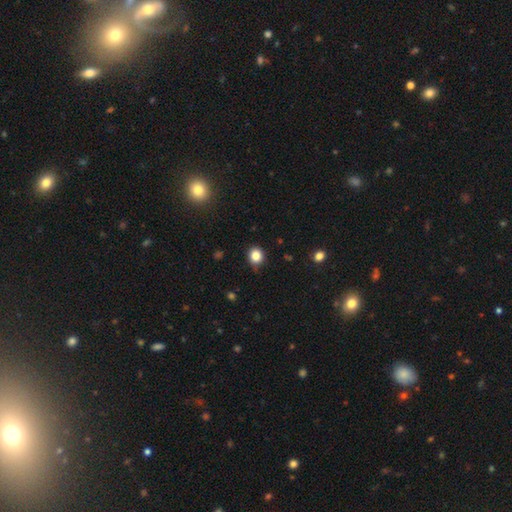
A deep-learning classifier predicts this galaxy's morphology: This is clearly a smooth galaxy (84%). How rounded: clearly round (81%). Merging: clearly none (84%).